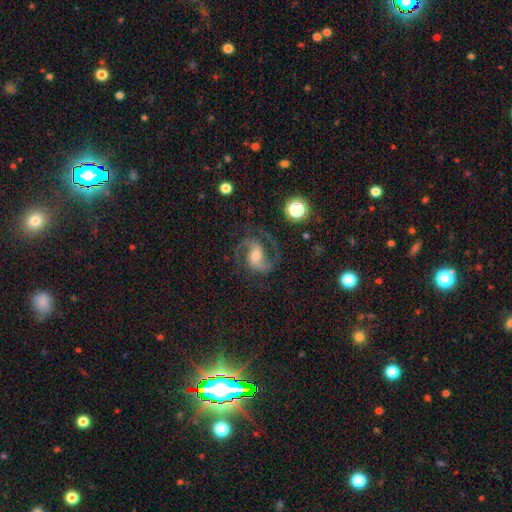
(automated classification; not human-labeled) A featured or disk galaxy (87%) with a weak bar (44%), 2 (88%) medium (61%) spiral arms (98%) and a moderate central bulge (56%). Merging: none (73%).